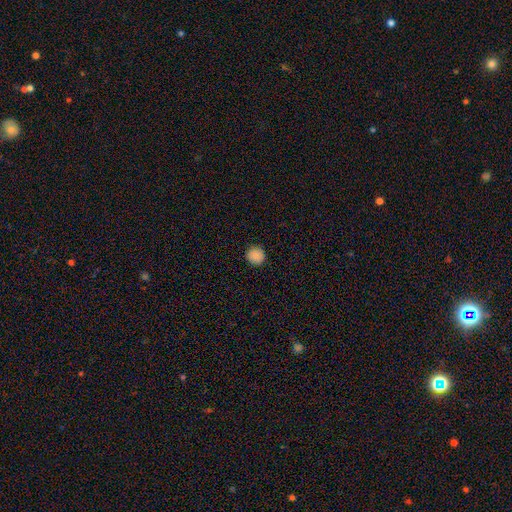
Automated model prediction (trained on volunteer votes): smooth 87%, star or artifact 9%, featured or disk 4%. Down the decision tree: how rounded — round (94%); merging — none (91%).